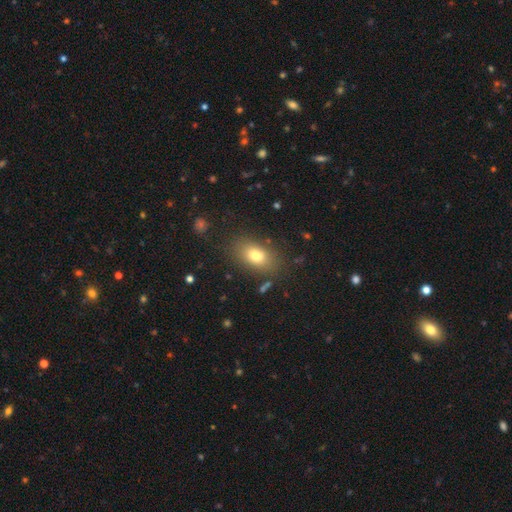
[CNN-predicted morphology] Smooth or featured: smooth — 77% (featured or disk — 13%)
How rounded: in between — 85% (round — 12%)
Merging: none — 81% (minor disturbance — 12%)